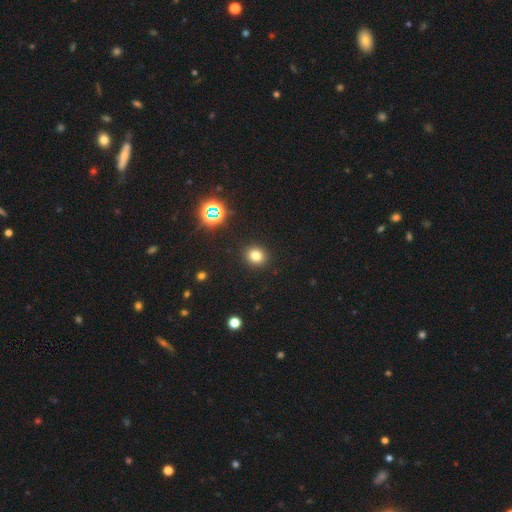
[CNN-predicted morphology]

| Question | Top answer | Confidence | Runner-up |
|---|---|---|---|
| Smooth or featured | smooth | 76% | star or artifact (17%) |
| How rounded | round | 81% | in between (18%) |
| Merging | none | 91% | minor disturbance (5%) |